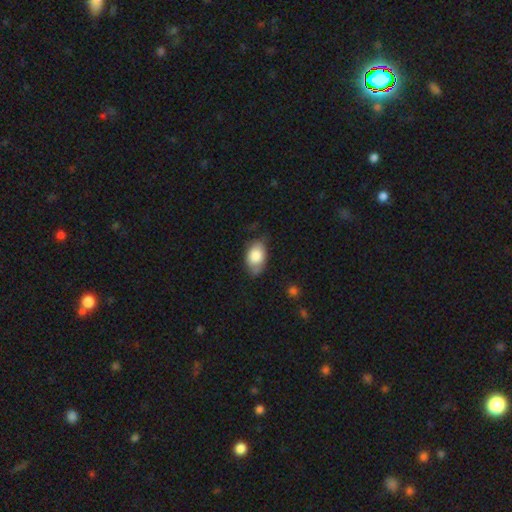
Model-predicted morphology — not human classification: Smooth or featured? Predicted: smooth (p=0.80). How rounded? Predicted: in between (p=0.88). Merging? Predicted: none (p=0.59).